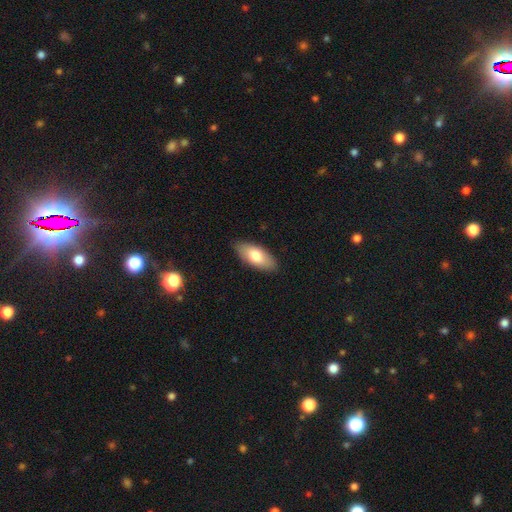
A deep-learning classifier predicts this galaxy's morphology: Overall: smooth (76%). How rounded: in between (87%). Merging: none (87%).